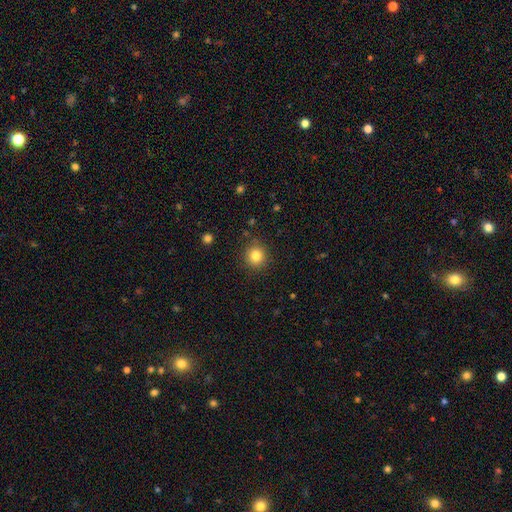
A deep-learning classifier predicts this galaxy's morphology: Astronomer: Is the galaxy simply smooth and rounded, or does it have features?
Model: smooth — 82%.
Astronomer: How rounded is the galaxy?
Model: round — 90%.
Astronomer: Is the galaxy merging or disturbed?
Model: none — 88%.